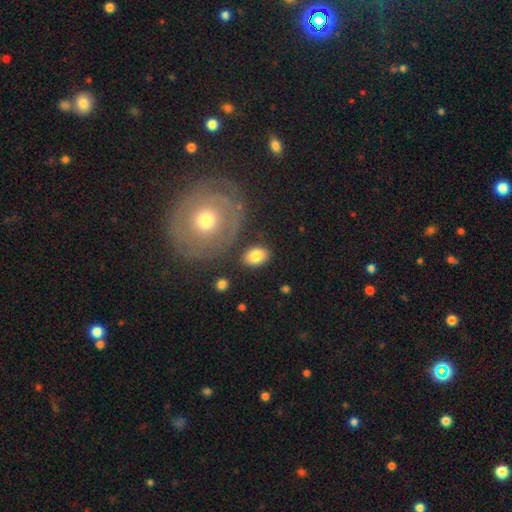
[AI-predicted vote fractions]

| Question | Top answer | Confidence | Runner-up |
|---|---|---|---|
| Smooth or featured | smooth | 82% | featured or disk (11%) |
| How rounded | in between | 81% | round (17%) |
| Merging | none | 81% | minor disturbance (11%) |